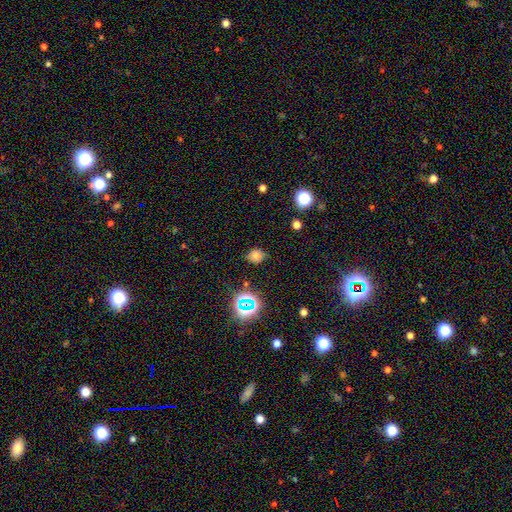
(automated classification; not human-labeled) Smooth or featured?
  - smooth: 66% *
  - star or artifact: 25%
  - featured or disk: 10%
How rounded?
  - round: 66% *
  - in between: 33%
  - cigar-shaped: 1%
Merging?
  - none: 77% *
  - minor disturbance: 17%
  - major disturbance: 4%
  - merger: 2%